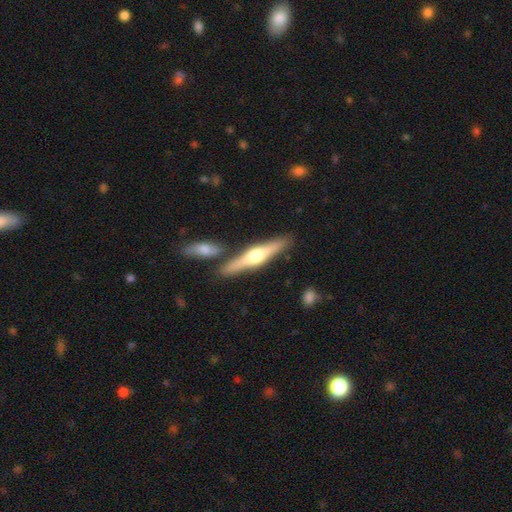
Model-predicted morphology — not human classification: Q: Smooth or featured?
A: featured or disk (62%); runner-up: smooth (32%)
Q: Edge-on disk?
A: yes (96%); runner-up: no (4%)
Q: Edge-on bulge?
A: rounded (93%); runner-up: boxy (4%)
Q: Merging?
A: none (79%); runner-up: merger (10%)